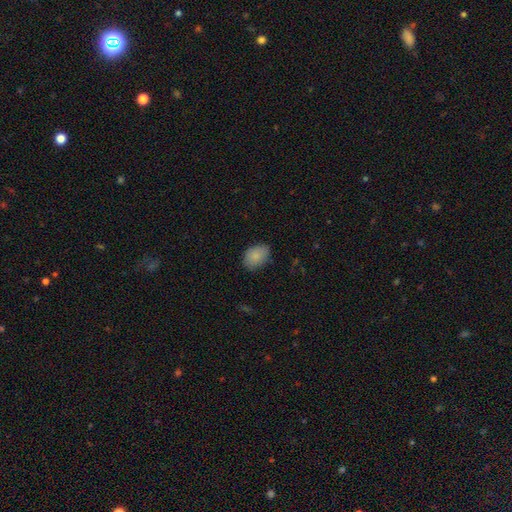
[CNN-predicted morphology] Overall: smooth (86%). How rounded: in between (76%). Merging: none (79%).